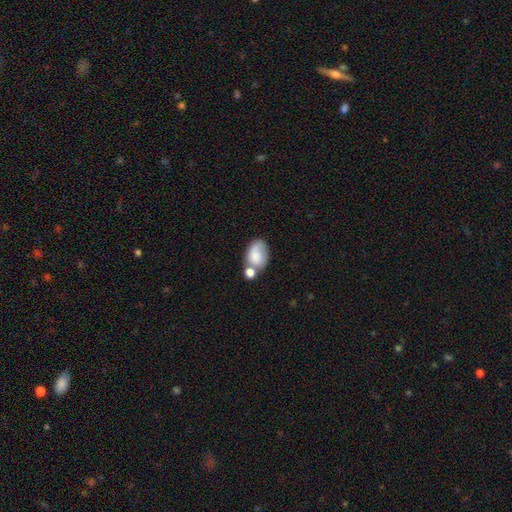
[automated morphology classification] The model was most divided on "merging": none: 36%, merger: 33%, minor disturbance: 21%, major disturbance: 11%. More confident: how rounded — in between (82%); smooth or featured — smooth (73%).